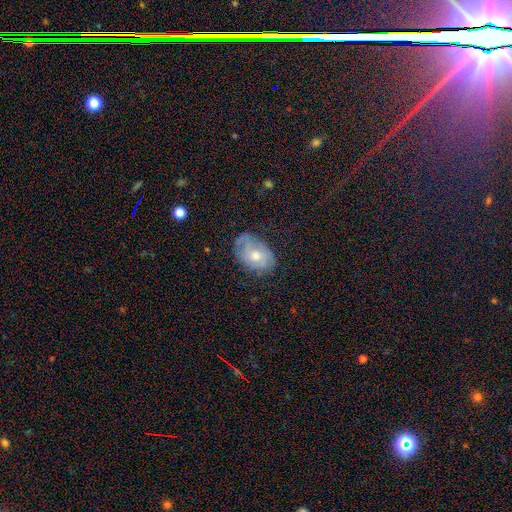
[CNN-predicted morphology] A smooth galaxy with no disk features (53%) that is in between round and cigar-shaped (82%).

Vote fractions:
- Smooth or featured? smooth: 53% / featured or disk: 39% / star or artifact: 8%
- How rounded? in between: 82% / round: 16% / cigar-shaped: 1%
- Merging? none: 57% / minor disturbance: 30% / major disturbance: 12% / merger: 2%